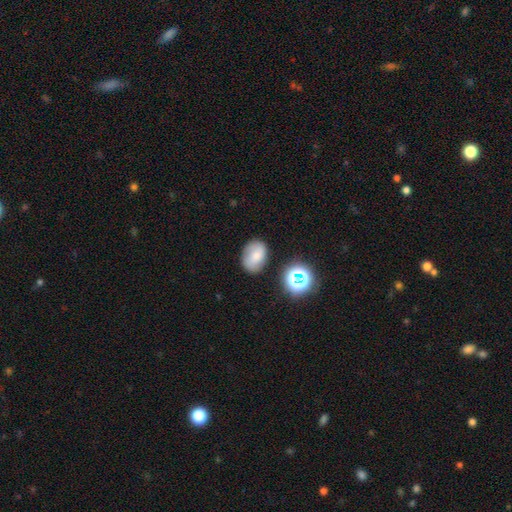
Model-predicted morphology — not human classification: smooth_or_featured: smooth (p=0.69) [alt: featured or disk p=0.19]
how_rounded: in between (p=0.73) [alt: round p=0.26]
merging: none (p=0.74) [alt: minor disturbance p=0.17]